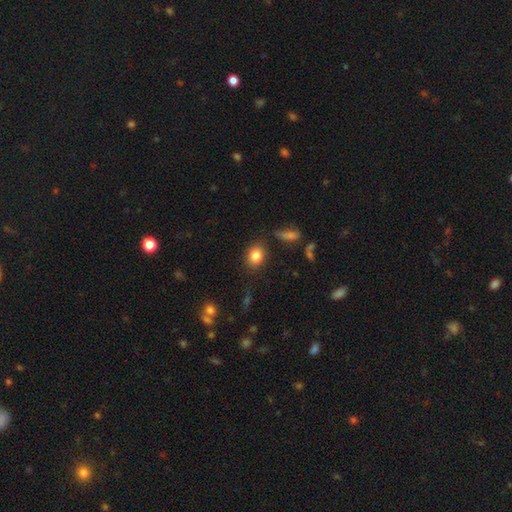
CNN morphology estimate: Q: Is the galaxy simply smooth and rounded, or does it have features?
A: smooth — 83%.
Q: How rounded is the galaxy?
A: in between — 60%.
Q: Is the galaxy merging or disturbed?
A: none — 82%.